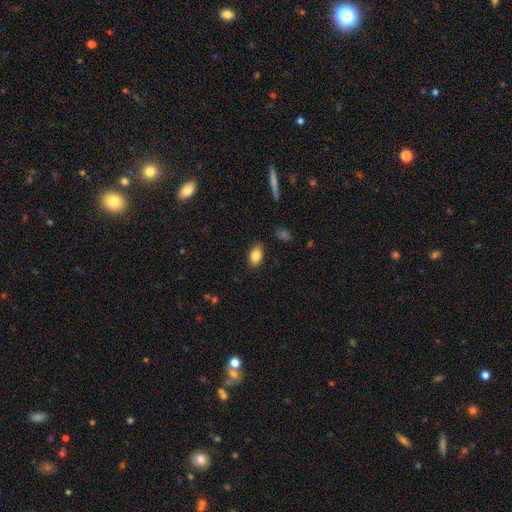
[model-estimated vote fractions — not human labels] Smooth or featured: smooth — 84% (featured or disk — 8%)
How rounded: in between — 90% (round — 7%)
Merging: none — 86% (minor disturbance — 10%)